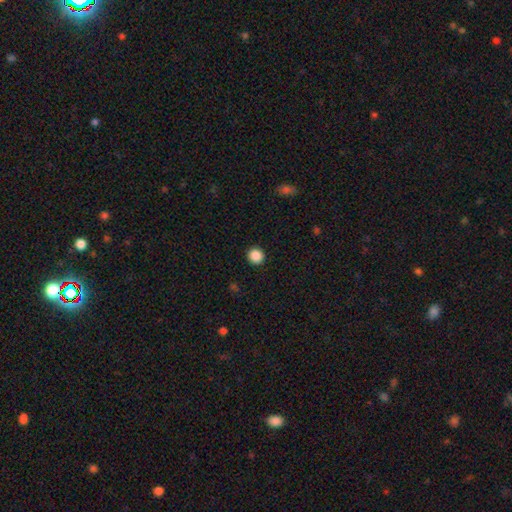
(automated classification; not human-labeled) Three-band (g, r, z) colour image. It shows a smooth galaxy with no disk features (88%) that is round (94%). Merging: none (93%).